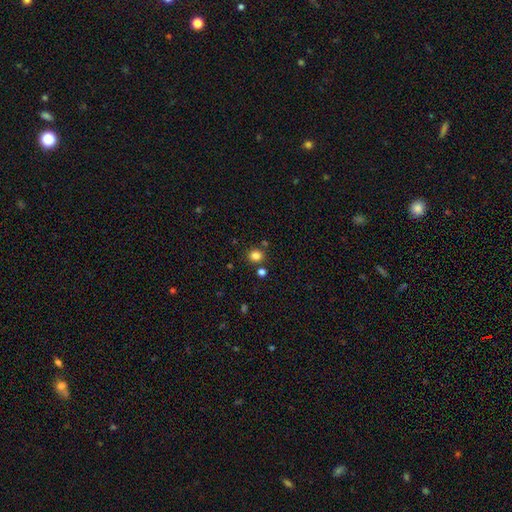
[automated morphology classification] type=smooth (82%); roundness=round (83%); merging=none (83%).